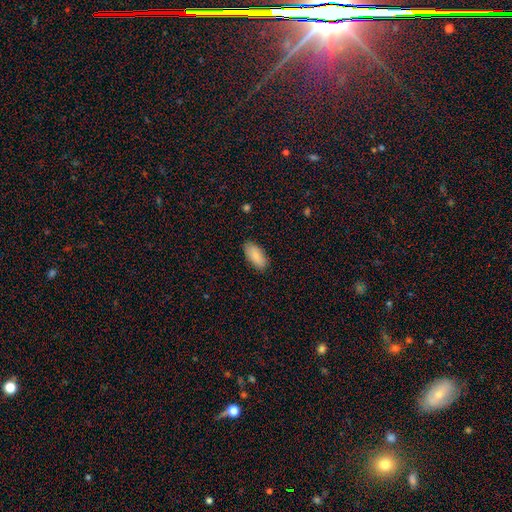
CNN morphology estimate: A smooth galaxy with no disk features (85%) that is in between round and cigar-shaped (89%). Merging: none (87%).